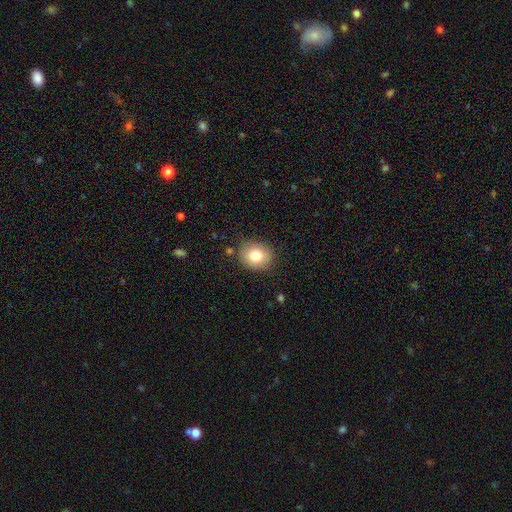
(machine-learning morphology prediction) Smooth or featured: smooth — 79% (featured or disk — 11%)
How rounded: round — 68% (in between — 31%)
Merging: none — 84% (minor disturbance — 11%)